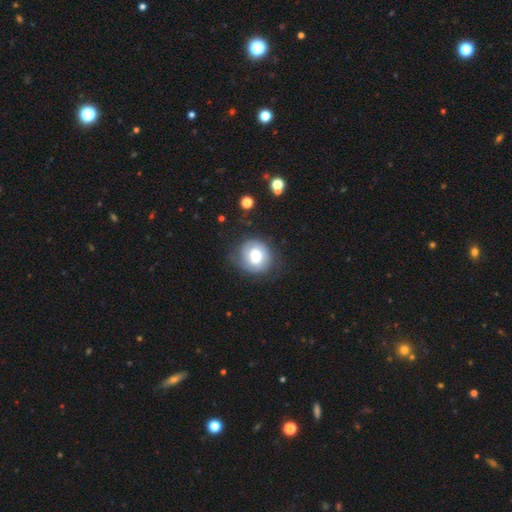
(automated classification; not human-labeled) Smooth or featured? smooth (60%)
How rounded? round (75%)
Merging? none (68%)